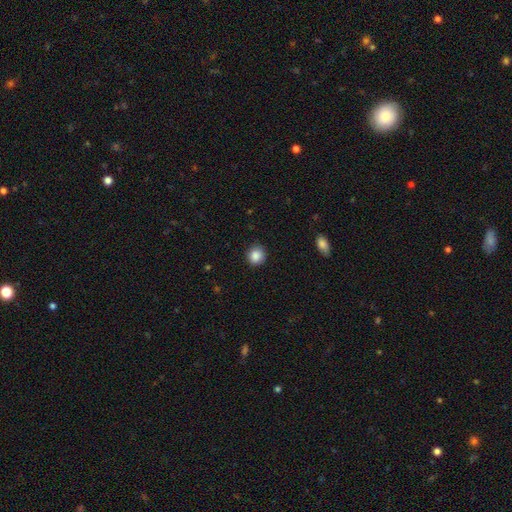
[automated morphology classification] A smooth galaxy with no disk features (87%) that is round (87%). Merging: none (88%).